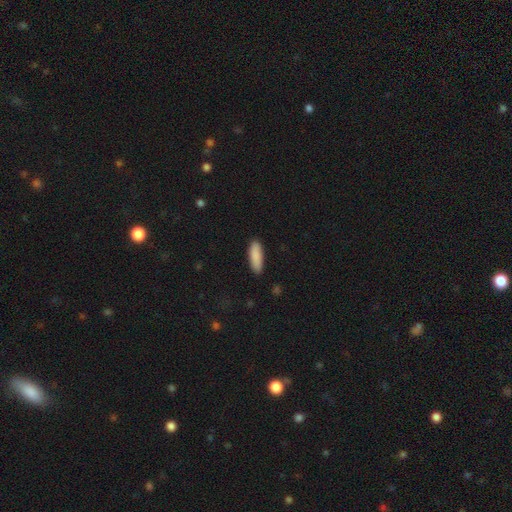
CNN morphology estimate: A smooth galaxy with no disk features (89%) that is in between round and cigar-shaped (53%).

Vote fractions:
- Smooth or featured? smooth: 89% / star or artifact: 6% / featured or disk: 5%
- How rounded? in between: 53% / cigar-shaped: 46% / round: 2%
- Merging? none: 88% / minor disturbance: 9% / major disturbance: 2% / merger: 1%